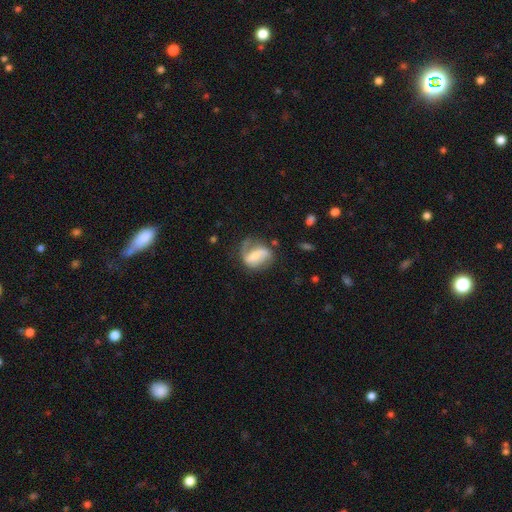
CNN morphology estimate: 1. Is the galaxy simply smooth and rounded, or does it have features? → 61% featured or disk, 31% smooth, 7% star or artifact.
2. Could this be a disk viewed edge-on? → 96% no, 4% yes.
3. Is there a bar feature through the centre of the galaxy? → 39% strong, 35% weak, 26% no.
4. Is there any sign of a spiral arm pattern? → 81% yes, 19% no.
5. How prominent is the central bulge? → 35% small, 28% moderate, 24% none, 11% large, 3% dominant.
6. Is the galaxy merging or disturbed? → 45% none, 26% minor disturbance, 25% major disturbance, 4% merger.